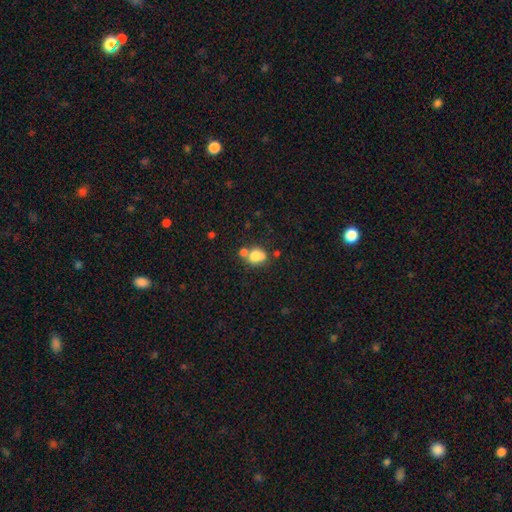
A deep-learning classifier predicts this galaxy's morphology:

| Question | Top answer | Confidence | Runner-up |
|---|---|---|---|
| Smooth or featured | smooth | 75% | featured or disk (14%) |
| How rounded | in between | 53% | round (46%) |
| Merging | none | 41% | merger (38%) |